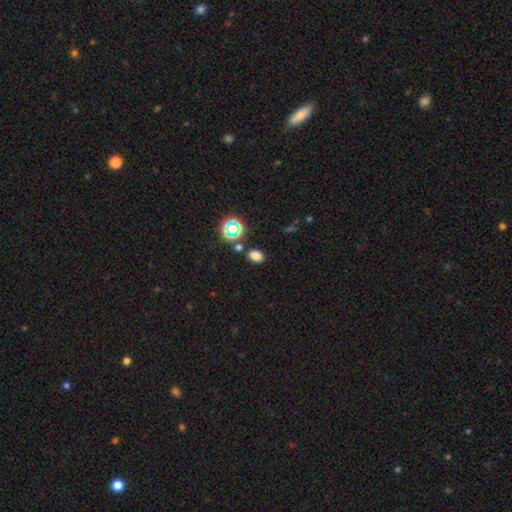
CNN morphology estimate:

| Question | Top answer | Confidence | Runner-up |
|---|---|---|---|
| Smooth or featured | smooth | 74% | star or artifact (21%) |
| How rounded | in between | 73% | round (26%) |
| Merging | none | 83% | minor disturbance (9%) |